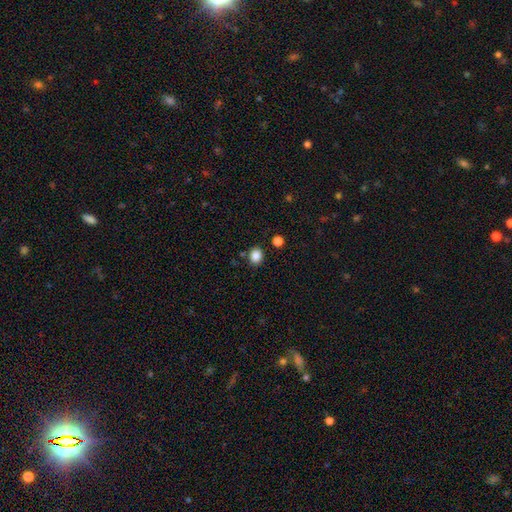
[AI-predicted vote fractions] Smooth or featured? Predicted: smooth (p=0.85). How rounded? Predicted: round (p=0.61). Merging? Predicted: none (p=0.84).